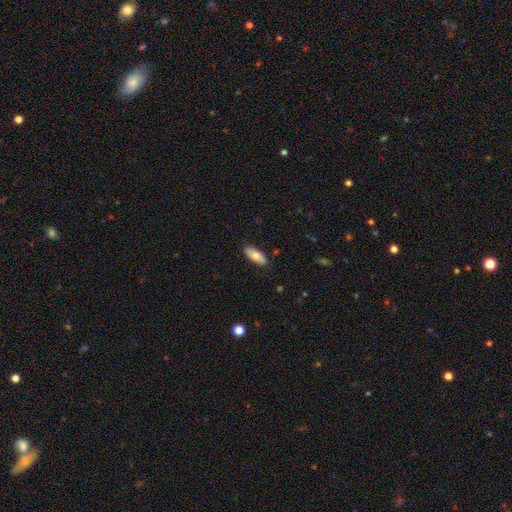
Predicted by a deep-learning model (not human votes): Smooth or featured: smooth — 77% (featured or disk — 17%)
How rounded: in between — 82% (cigar-shaped — 16%)
Merging: none — 86% (minor disturbance — 11%)